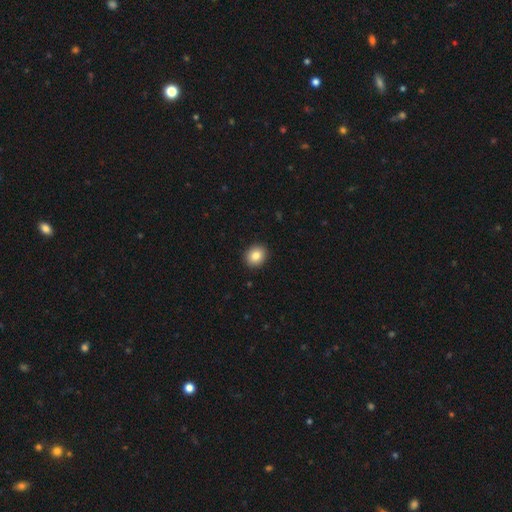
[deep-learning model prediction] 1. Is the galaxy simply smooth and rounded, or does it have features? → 84% smooth, 9% star or artifact, 6% featured or disk.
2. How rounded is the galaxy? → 70% round, 29% in between, 1% cigar-shaped.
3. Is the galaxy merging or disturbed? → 92% none, 6% minor disturbance, 2% major disturbance, 1% merger.